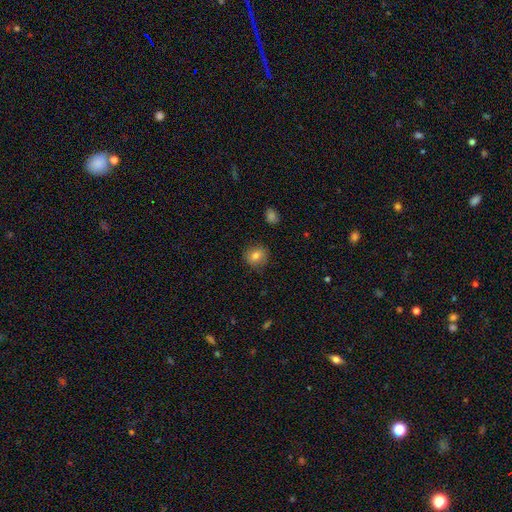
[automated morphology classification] smooth 80%, star or artifact 10%, featured or disk 10%. Down the decision tree: how rounded — round (80%); merging — none (86%).